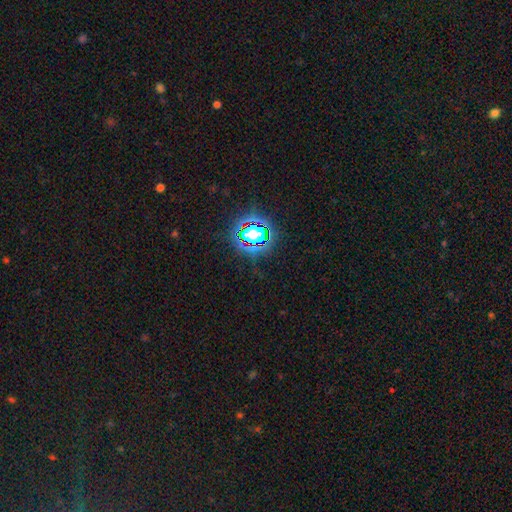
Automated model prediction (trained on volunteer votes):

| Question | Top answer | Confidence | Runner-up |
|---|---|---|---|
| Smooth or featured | star or artifact | 81% | smooth (12%) |